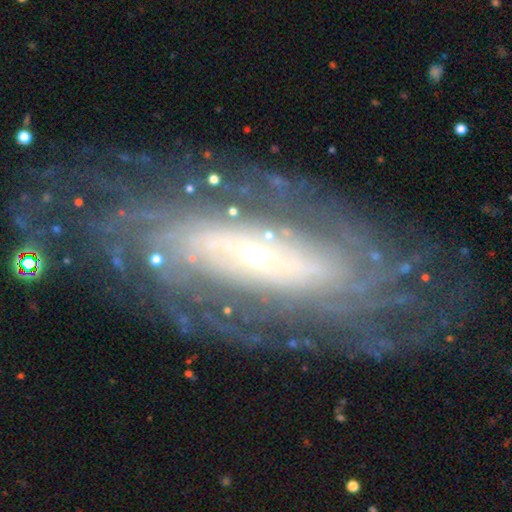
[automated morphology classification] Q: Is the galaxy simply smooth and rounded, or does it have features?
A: featured or disk — 87%.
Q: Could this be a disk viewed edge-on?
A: no — 89%.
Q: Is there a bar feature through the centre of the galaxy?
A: no — 55%.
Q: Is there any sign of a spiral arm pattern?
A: yes — 94%.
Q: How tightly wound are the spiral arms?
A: tight — 73%.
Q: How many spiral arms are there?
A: can't tell — 40%.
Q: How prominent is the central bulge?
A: small — 72%.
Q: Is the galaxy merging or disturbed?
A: none — 76%.